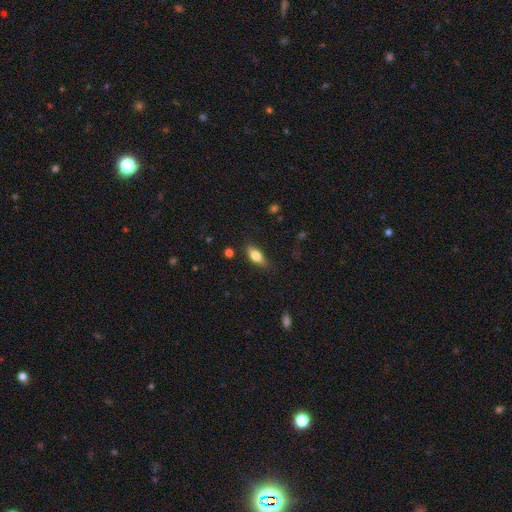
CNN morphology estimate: Smooth or featured: smooth — 74% (featured or disk — 19%)
How rounded: in between — 77% (cigar-shaped — 19%)
Merging: none — 78% (minor disturbance — 16%)